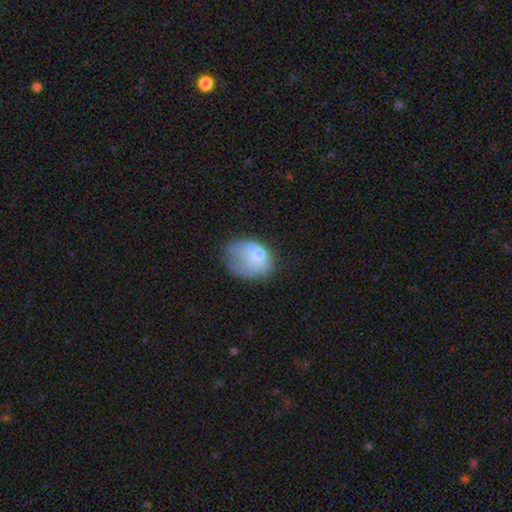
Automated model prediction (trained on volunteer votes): The model was most divided on "merging": major disturbance: 31%, none: 28%, minor disturbance: 24%, merger: 16%. More confident: how rounded — in between (65%); smooth or featured — smooth (57%).